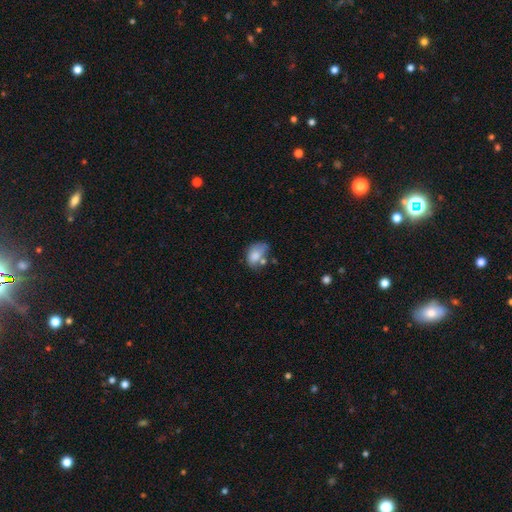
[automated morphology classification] Q: Smooth or featured?
A: smooth (72%); runner-up: featured or disk (18%)
Q: How rounded?
A: in between (83%); runner-up: round (16%)
Q: Merging?
A: none (29%); tied with: minor disturbance (29%)